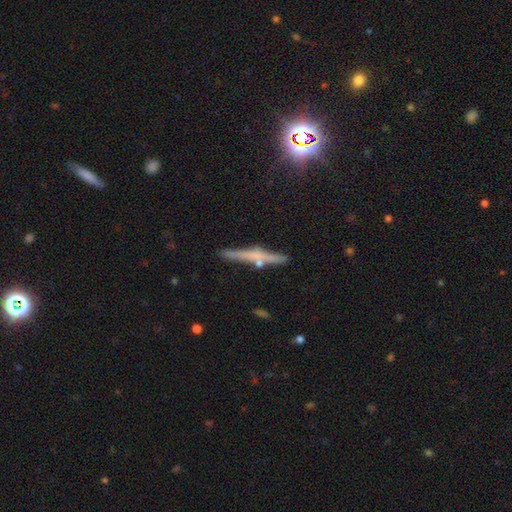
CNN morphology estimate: Smooth or featured? featured or disk (54%)
Edge-on disk? yes (96%)
Edge-on bulge? none (48%)
Merging? none (81%)